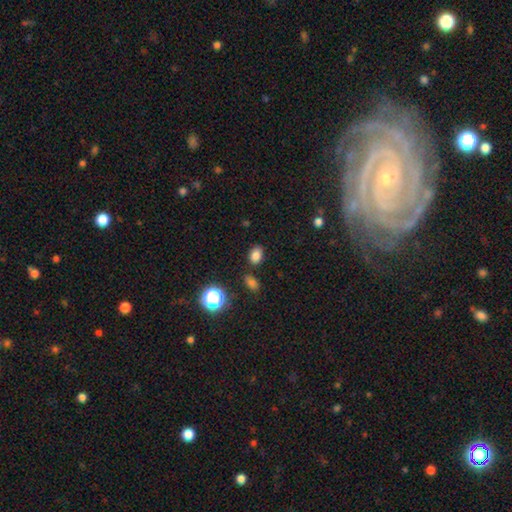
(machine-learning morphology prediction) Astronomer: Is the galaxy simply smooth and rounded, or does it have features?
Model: smooth — 81%.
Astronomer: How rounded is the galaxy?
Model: in between — 71%.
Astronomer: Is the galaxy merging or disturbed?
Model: none — 78%.